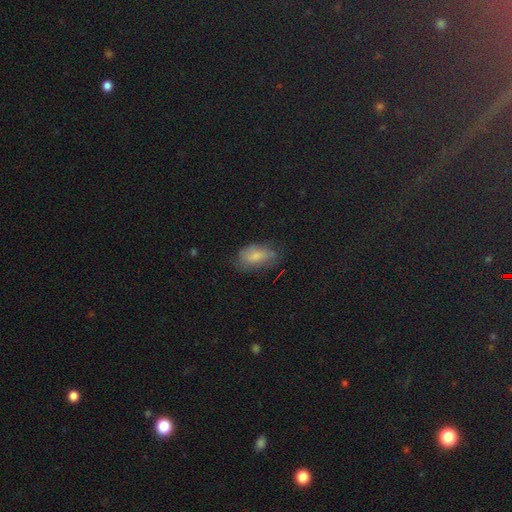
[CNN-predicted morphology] The model was most divided on "merging": none: 59%, minor disturbance: 28%, major disturbance: 11%, merger: 2%. More confident: how rounded — in between (91%); smooth or featured — smooth (70%).